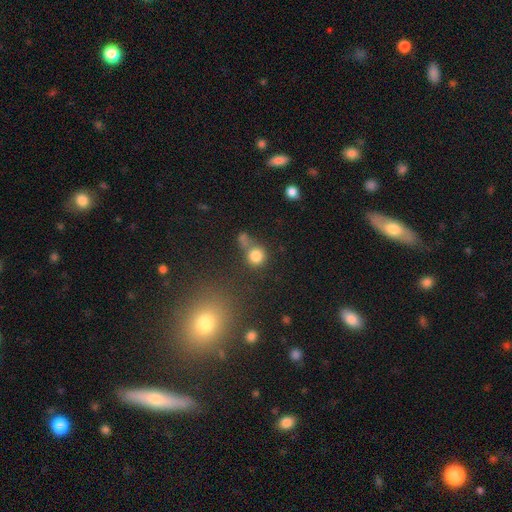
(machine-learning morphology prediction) Smooth or featured: smooth — 80% (star or artifact — 13%)
How rounded: round — 88% (in between — 10%)
Merging: none — 52% (merger — 28%)